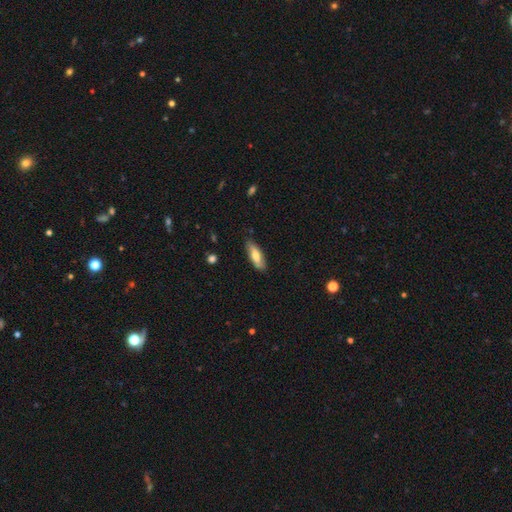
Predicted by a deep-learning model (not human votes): Smooth or featured? smooth (66%)
How rounded? in between (57%)
Merging? none (84%)